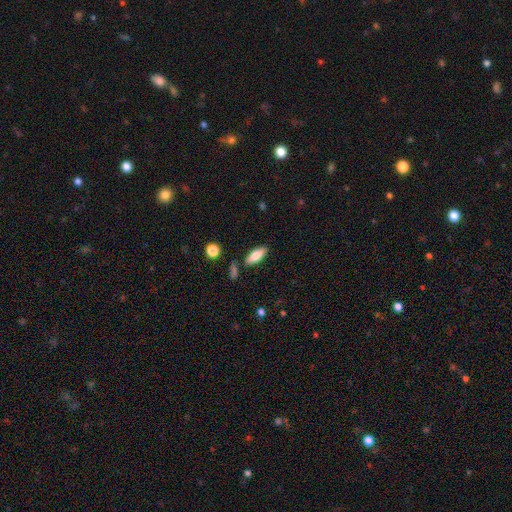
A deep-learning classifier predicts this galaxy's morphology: A smooth galaxy with no disk features (77%) that is in between round and cigar-shaped (71%). Merging: none (81%).